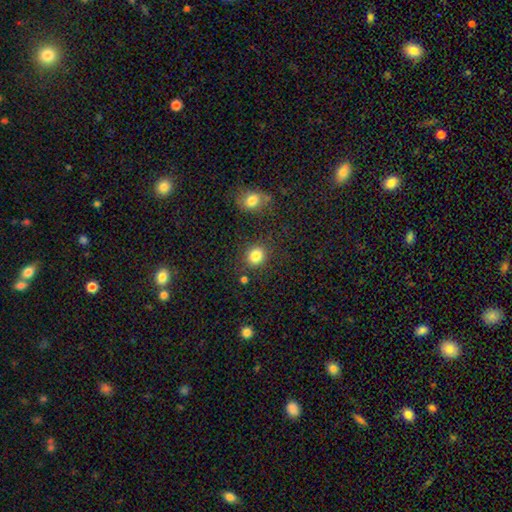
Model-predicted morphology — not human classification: smooth 84%, star or artifact 11%, featured or disk 5%. Down the decision tree: how rounded — round (78%); merging — none (83%).